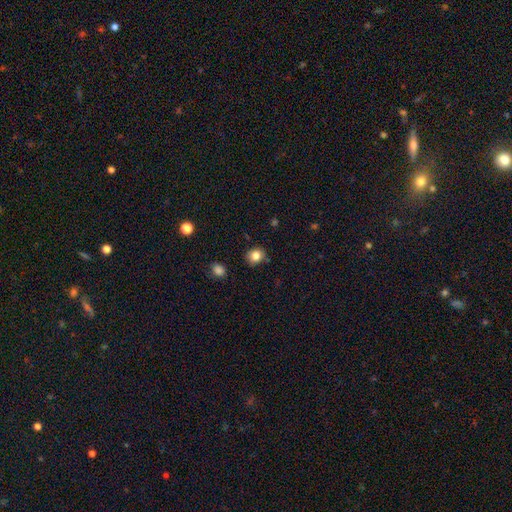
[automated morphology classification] type=smooth (83%); roundness=round (77%); merging=none (81%).